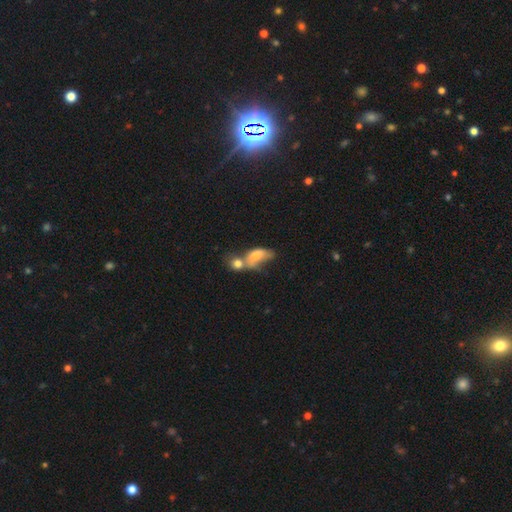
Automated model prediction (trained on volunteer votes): Smooth or featured?
  - smooth: 65% *
  - featured or disk: 25%
  - star or artifact: 10%
How rounded?
  - in between: 76% *
  - round: 18%
  - cigar-shaped: 5%
Merging?
  - merger: 65% *
  - none: 14%
  - major disturbance: 11%
  - minor disturbance: 10%